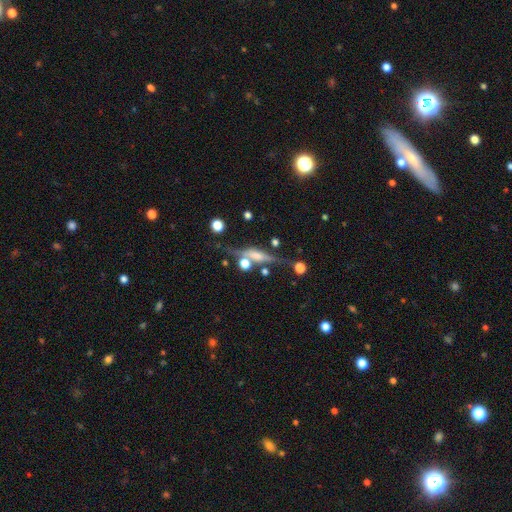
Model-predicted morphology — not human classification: Smooth or featured? featured or disk (68%)
Edge-on disk? yes (92%)
Edge-on bulge? rounded (63%)
Merging? none (70%)